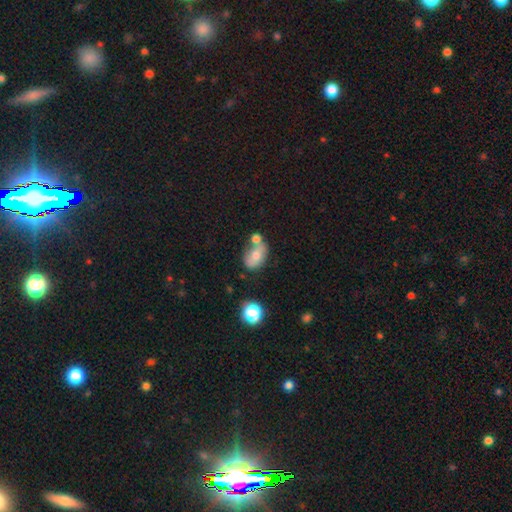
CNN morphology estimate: Q: Smooth or featured?
A: smooth (66%); runner-up: featured or disk (24%)
Q: How rounded?
A: in between (81%); runner-up: round (17%)
Q: Merging?
A: none (36%); tied with: merger (36%)